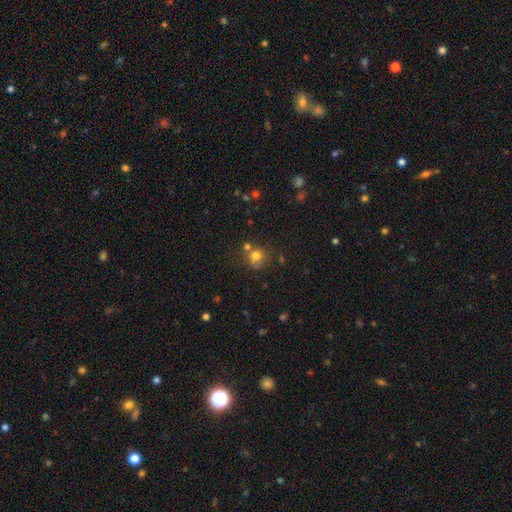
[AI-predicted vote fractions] Smooth or featured: smooth — 73% (star or artifact — 15%)
How rounded: round — 79% (in between — 20%)
Merging: none — 52% (merger — 23%)